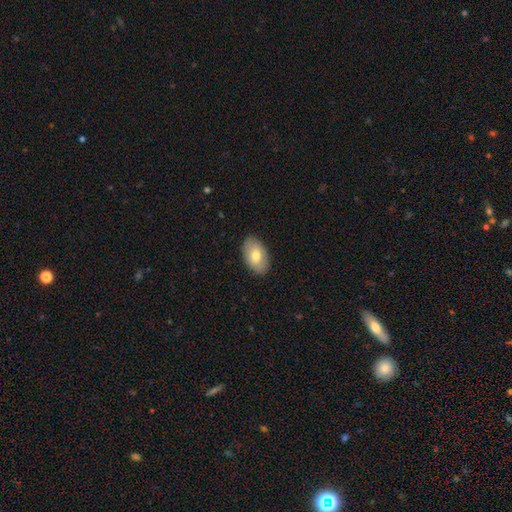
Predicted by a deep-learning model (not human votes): Smooth or featured? Predicted: smooth (p=0.73). How rounded? Predicted: in between (p=0.91). Merging? Predicted: none (p=0.87).